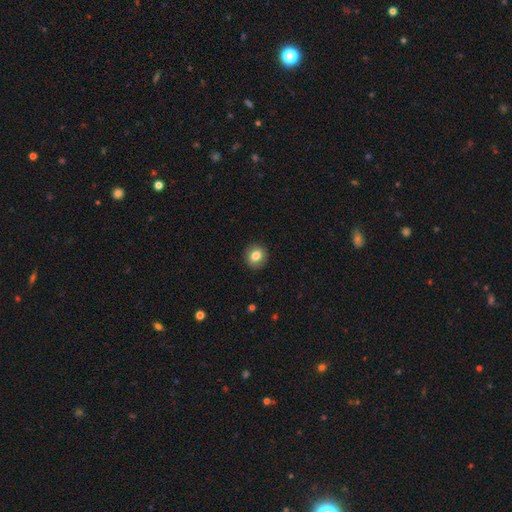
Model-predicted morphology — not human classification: smooth 82%, featured or disk 9%, star or artifact 9%. Down the decision tree: how rounded — round (82%); merging — none (91%).